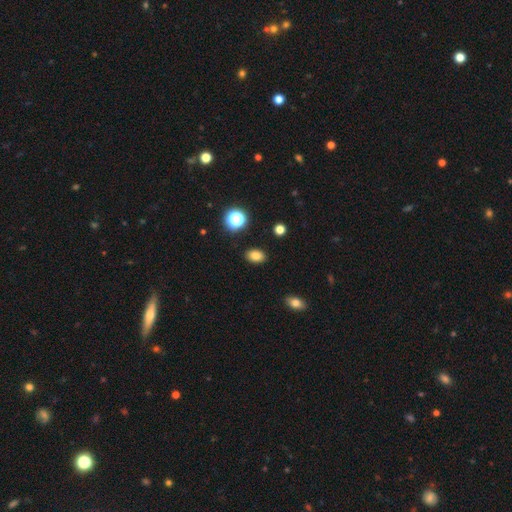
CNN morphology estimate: Smooth or featured: smooth — 83% (star or artifact — 12%)
How rounded: in between — 82% (round — 16%)
Merging: none — 88% (minor disturbance — 8%)